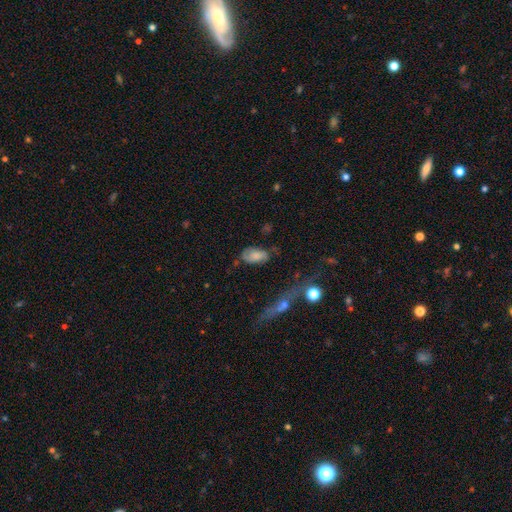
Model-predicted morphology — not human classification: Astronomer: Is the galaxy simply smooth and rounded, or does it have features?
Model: smooth — 61%.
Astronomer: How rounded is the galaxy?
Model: in between — 91%.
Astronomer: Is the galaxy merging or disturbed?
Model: none — 61%.